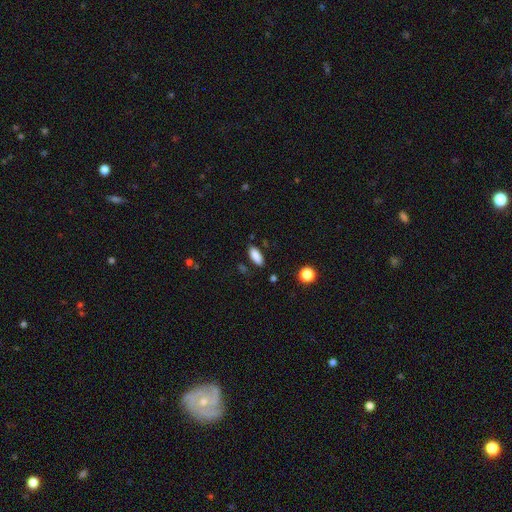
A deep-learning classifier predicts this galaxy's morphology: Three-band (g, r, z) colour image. It shows a smooth galaxy with no disk features (87%) that is in between round and cigar-shaped (81%). Merging: none (85%).